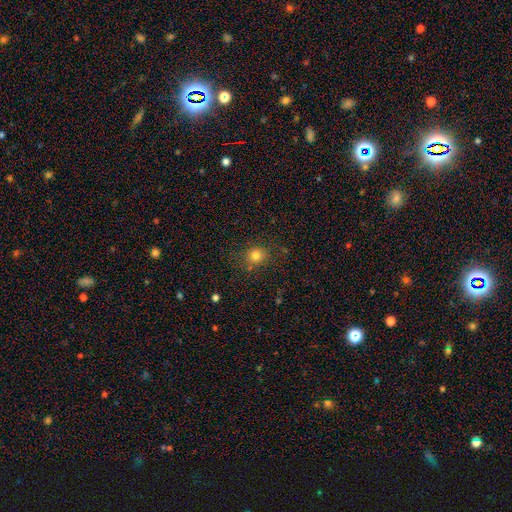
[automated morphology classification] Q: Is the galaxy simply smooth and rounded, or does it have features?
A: smooth — 79%.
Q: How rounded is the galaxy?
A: round — 81%.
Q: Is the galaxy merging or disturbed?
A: none — 79%.